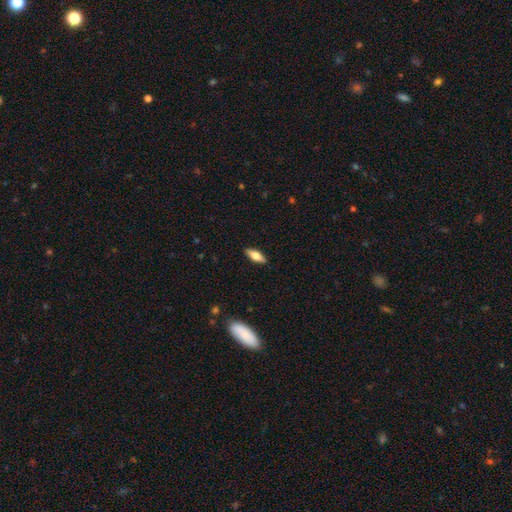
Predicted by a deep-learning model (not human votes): This appears to be a smooth galaxy with no disk features (60%) that is in between round and cigar-shaped (66%). Merging: none (88%).